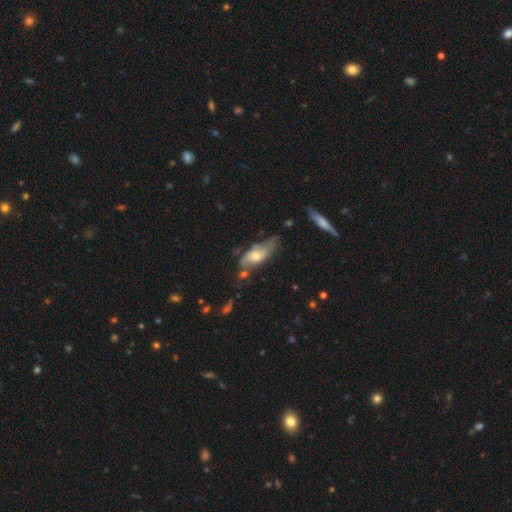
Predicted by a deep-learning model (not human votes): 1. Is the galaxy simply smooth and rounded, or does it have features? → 53% featured or disk, 40% smooth, 7% star or artifact.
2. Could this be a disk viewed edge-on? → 84% no, 16% yes.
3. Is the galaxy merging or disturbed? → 40% none, 32% minor disturbance, 18% major disturbance, 9% merger.